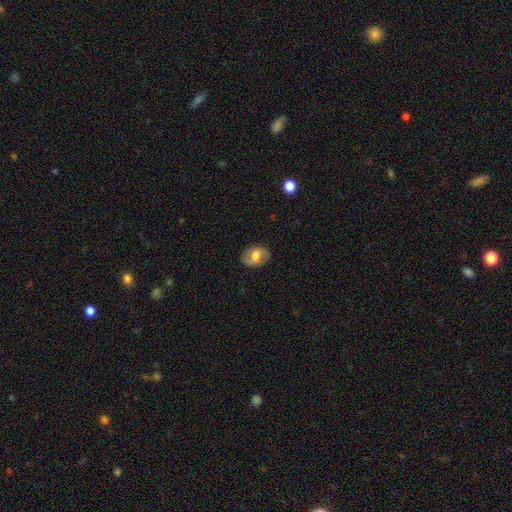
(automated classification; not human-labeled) Overall: featured or disk (52%; smooth 40%). Edge-on disk: no (95%). Merging: none (83%).